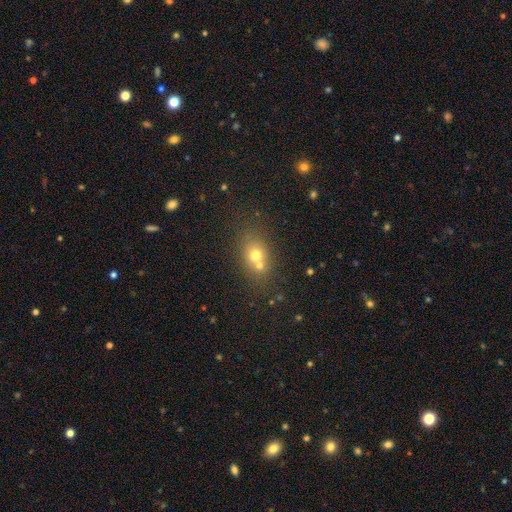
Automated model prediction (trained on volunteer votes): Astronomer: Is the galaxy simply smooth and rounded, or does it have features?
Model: smooth — 66%.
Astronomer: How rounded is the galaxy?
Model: round — 50% (runner-up: in between, 48%).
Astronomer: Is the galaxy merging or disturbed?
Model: merger — 44% (runner-up: none, 43%).